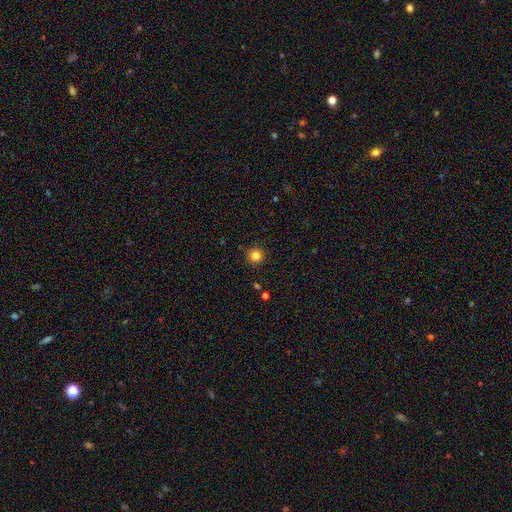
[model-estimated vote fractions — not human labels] Q: Smooth or featured?
A: smooth (82%); runner-up: star or artifact (13%)
Q: How rounded?
A: round (95%); runner-up: in between (4%)
Q: Merging?
A: none (91%); runner-up: minor disturbance (6%)